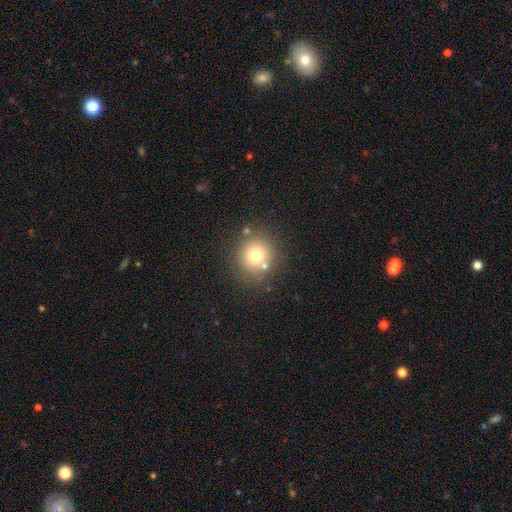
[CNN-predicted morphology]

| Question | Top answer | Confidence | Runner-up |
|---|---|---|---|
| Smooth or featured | smooth | 72% | star or artifact (15%) |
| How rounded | round | 91% | in between (8%) |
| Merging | none | 77% | minor disturbance (10%) |